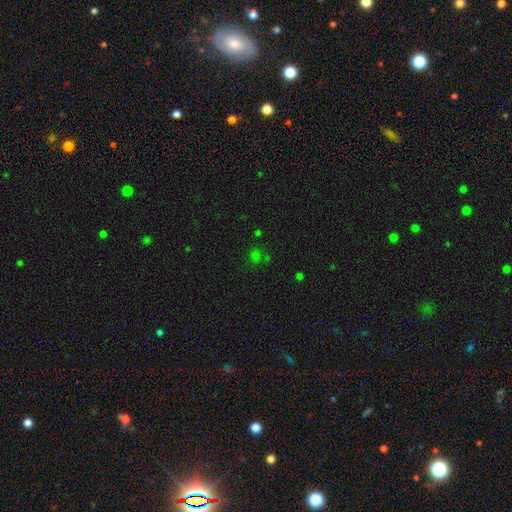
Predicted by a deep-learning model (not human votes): Smooth or featured? Predicted: smooth (p=0.53). How rounded? Predicted: round (p=0.77). Merging? Predicted: none (p=0.69).